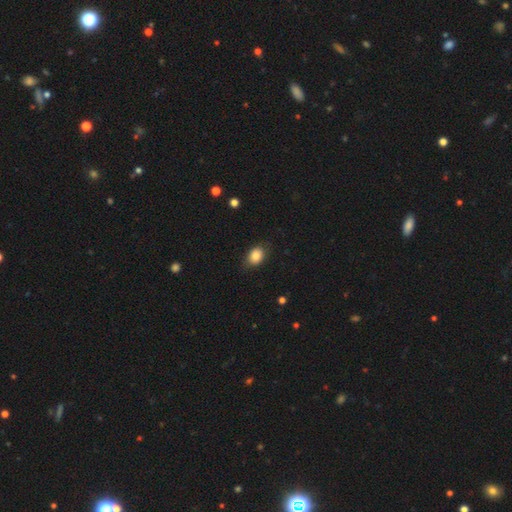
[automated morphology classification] smooth-or-featured: smooth: 84% | star or artifact: 9% | featured or disk: 7%
  how-rounded: in between: 65% | round: 34% | cigar-shaped: 1%
  merging: none: 79% | minor disturbance: 16% | major disturbance: 4% | merger: 1%